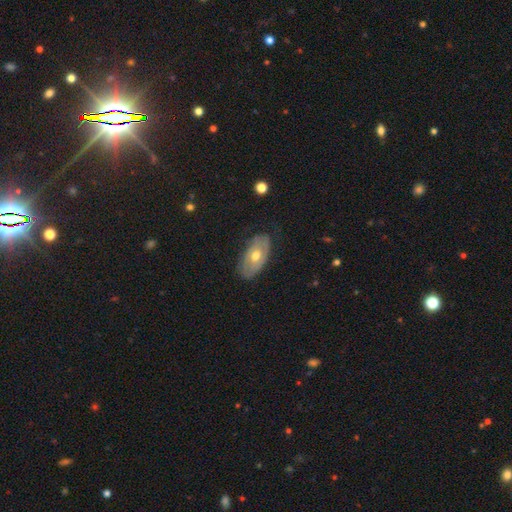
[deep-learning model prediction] A featured or disk galaxy (52%).

Vote fractions:
- Smooth or featured? featured or disk: 52% / smooth: 42% / star or artifact: 6%
- Edge-on disk? no: 86% / yes: 14%
- Merging? none: 76% / minor disturbance: 18% / major disturbance: 4% / merger: 1%